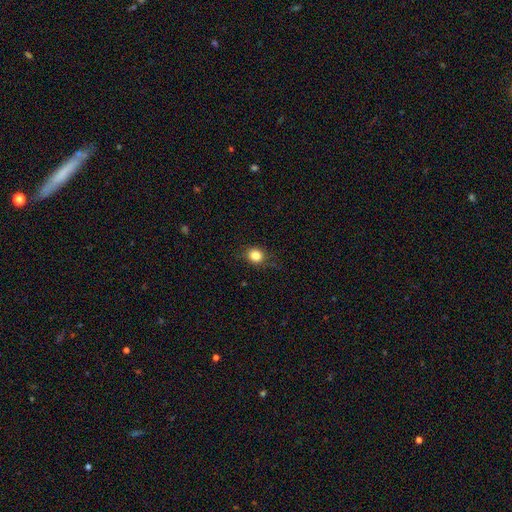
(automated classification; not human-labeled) smooth-or-featured: smooth: 83% | star or artifact: 11% | featured or disk: 6%
  how-rounded: round: 80% | in between: 19% | cigar-shaped: 1%
  merging: none: 83% | minor disturbance: 13% | major disturbance: 4% | merger: 1%